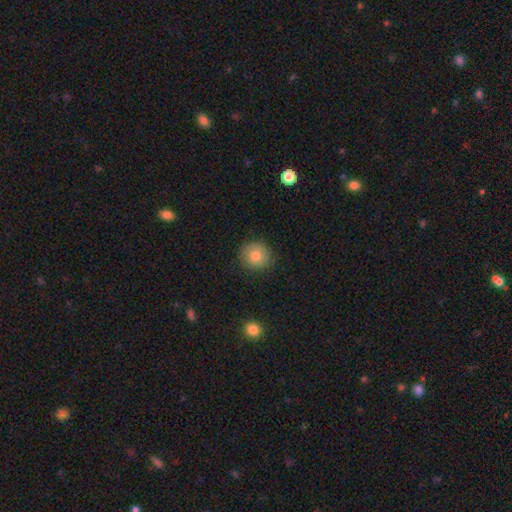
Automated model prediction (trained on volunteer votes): Overall: smooth (80%). How rounded: round (90%). Merging: none (87%).